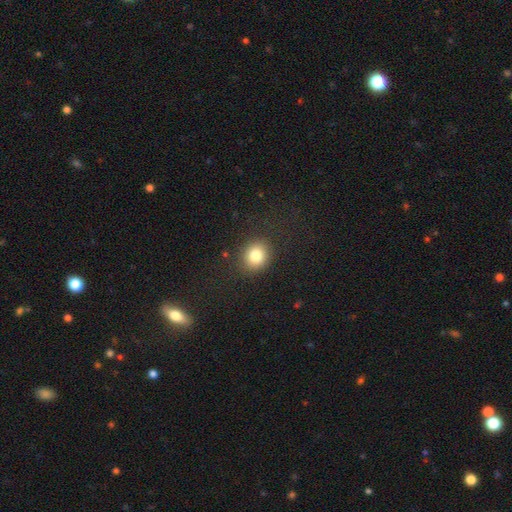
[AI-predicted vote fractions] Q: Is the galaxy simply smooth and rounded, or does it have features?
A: smooth — 82%.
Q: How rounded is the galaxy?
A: round — 72%.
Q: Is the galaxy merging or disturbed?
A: none — 86%.